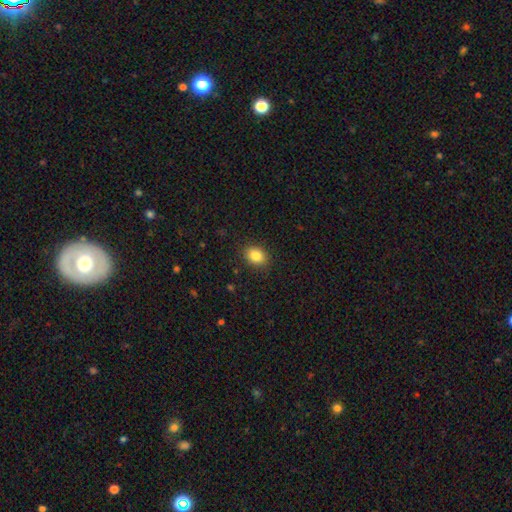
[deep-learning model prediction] Smooth or featured: smooth — 85% (star or artifact — 10%)
How rounded: in between — 58% (round — 41%)
Merging: none — 87% (minor disturbance — 9%)